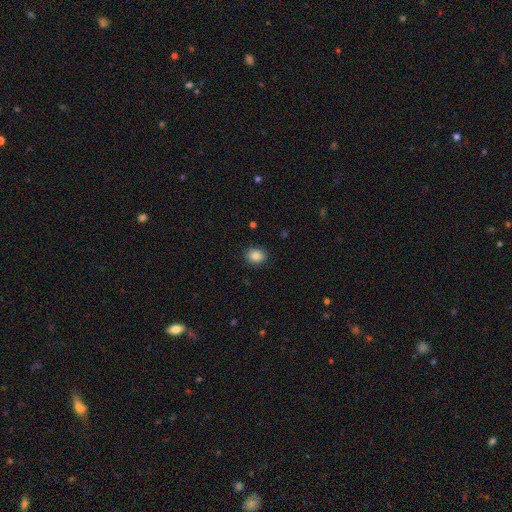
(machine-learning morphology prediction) Q: Smooth or featured?
A: smooth (85%); runner-up: star or artifact (9%)
Q: How rounded?
A: round (56%); runner-up: in between (43%)
Q: Merging?
A: none (89%); runner-up: minor disturbance (7%)